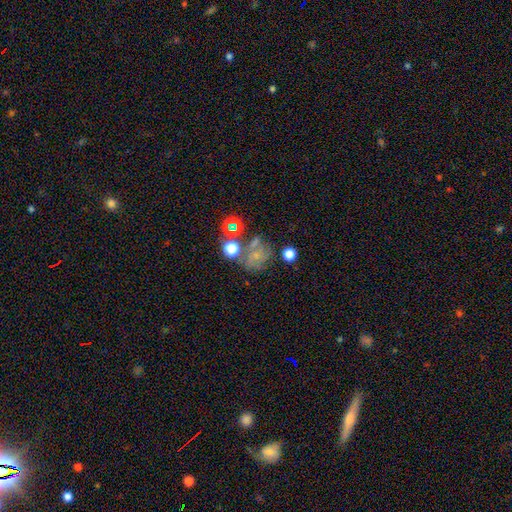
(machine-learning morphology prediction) This appears to be a smooth galaxy with no disk features (46%). Merging: none (47%).